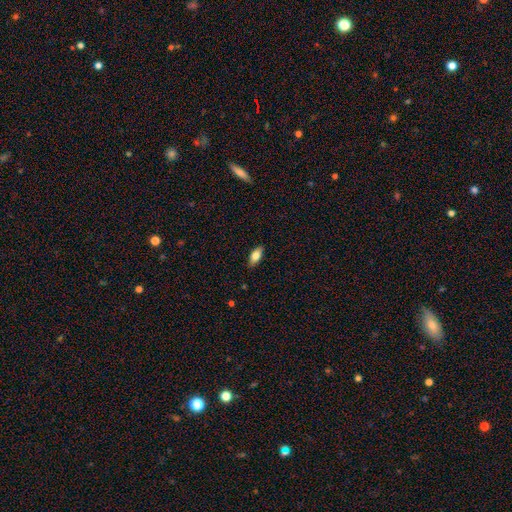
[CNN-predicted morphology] Overall: smooth (76%). How rounded: in between (83%). Merging: none (87%).